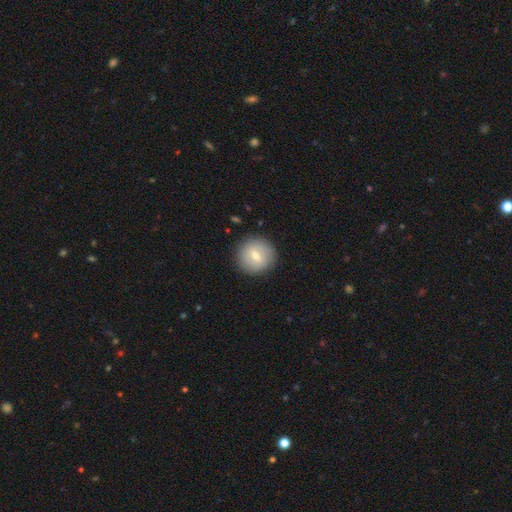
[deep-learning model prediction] Smooth or featured? smooth (61%)
How rounded? round (92%)
Merging? none (88%)